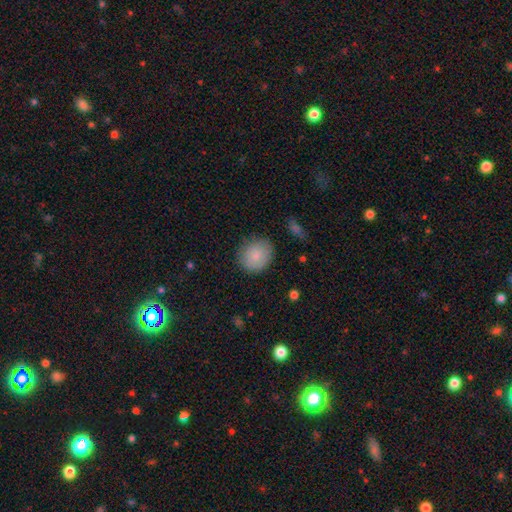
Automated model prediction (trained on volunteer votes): This is clearly a smooth galaxy (85%). How rounded: likely round (73%). Merging: clearly none (83%).